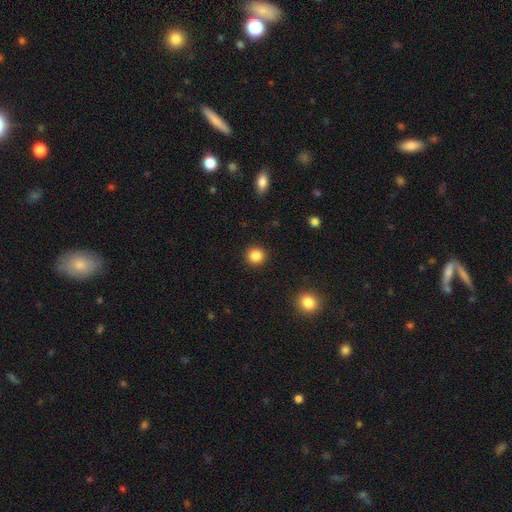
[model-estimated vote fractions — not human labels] A smooth galaxy with no disk features (86%) that is round (92%).

Vote fractions:
- Smooth or featured? smooth: 86% / star or artifact: 10% / featured or disk: 4%
- How rounded? round: 92% / in between: 7% / cigar-shaped: 1%
- Merging? none: 92% / minor disturbance: 5% / major disturbance: 2% / merger: 1%